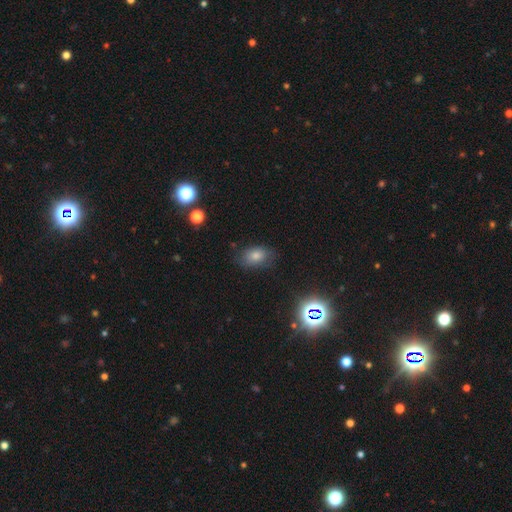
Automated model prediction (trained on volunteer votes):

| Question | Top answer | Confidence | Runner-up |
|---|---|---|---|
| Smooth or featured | smooth | 76% | star or artifact (13%) |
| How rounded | in between | 83% | round (16%) |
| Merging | none | 74% | minor disturbance (19%) |